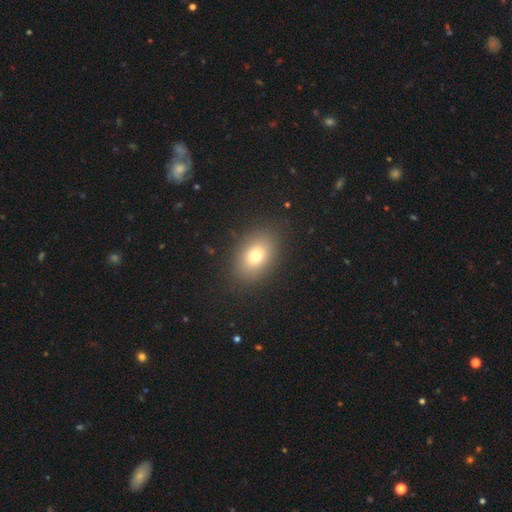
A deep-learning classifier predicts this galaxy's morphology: This appears to be a smooth galaxy with no disk features (74%) that is in between round and cigar-shaped (77%). Merging: none (86%).